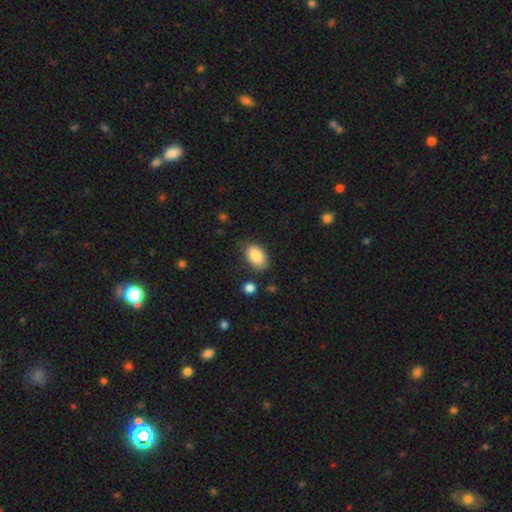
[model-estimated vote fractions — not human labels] smooth 87%, star or artifact 7%, featured or disk 6%. Down the decision tree: how rounded — in between (91%); merging — none (76%).